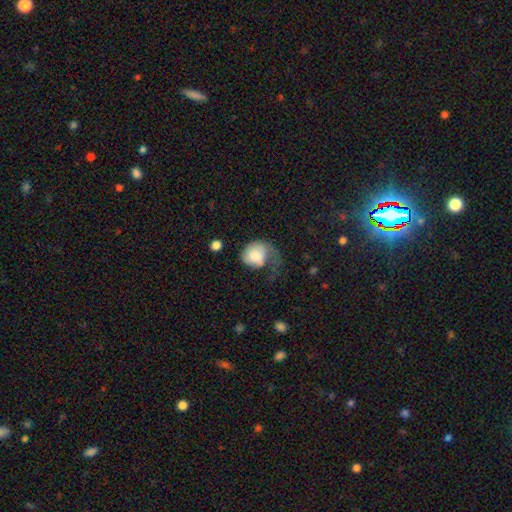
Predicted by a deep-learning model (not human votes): Smooth or featured? smooth (67%)
How rounded? round (63%)
Merging? major disturbance (56%)